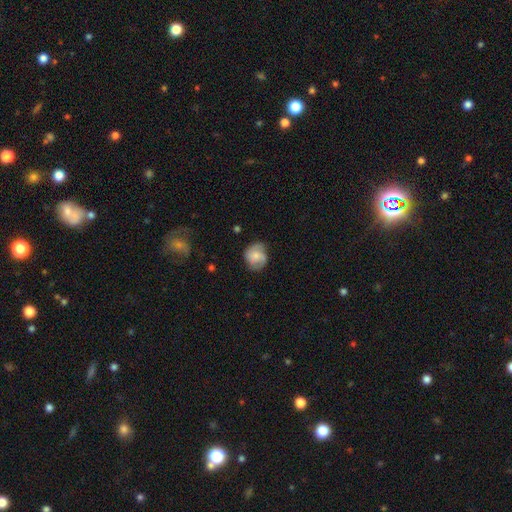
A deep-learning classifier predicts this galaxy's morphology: smooth-or-featured: smooth: 58% | featured or disk: 35% | star or artifact: 7%
  how-rounded: round: 77% | in between: 22% | cigar-shaped: 1%
  merging: none: 63% | minor disturbance: 27% | major disturbance: 8% | merger: 2%